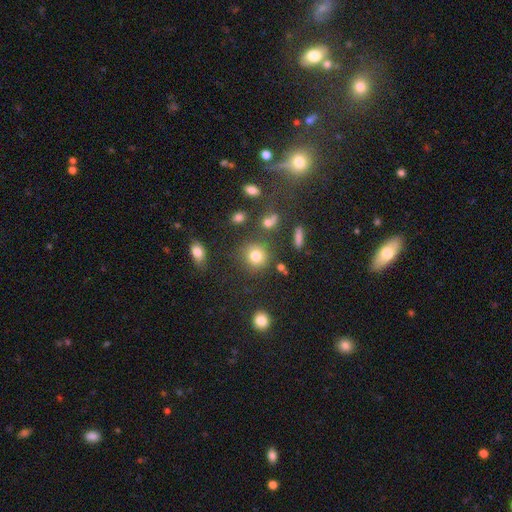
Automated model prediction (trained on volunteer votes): Q: Smooth or featured?
A: smooth (76%); runner-up: star or artifact (15%)
Q: How rounded?
A: round (87%); runner-up: in between (12%)
Q: Merging?
A: none (77%); runner-up: minor disturbance (11%)